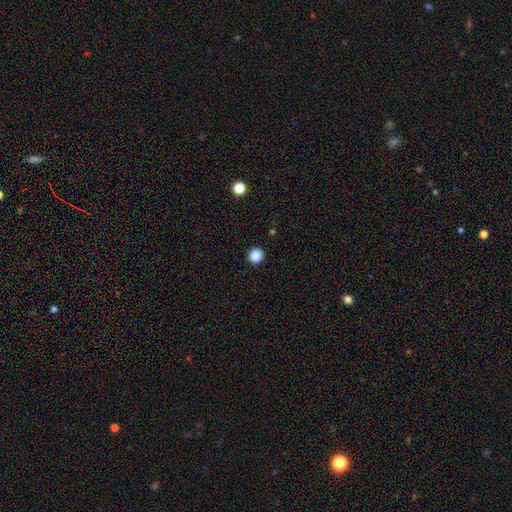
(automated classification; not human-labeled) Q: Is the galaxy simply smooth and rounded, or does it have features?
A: smooth — 87%.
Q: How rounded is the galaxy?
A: round — 93%.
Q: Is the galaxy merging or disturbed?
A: none — 92%.